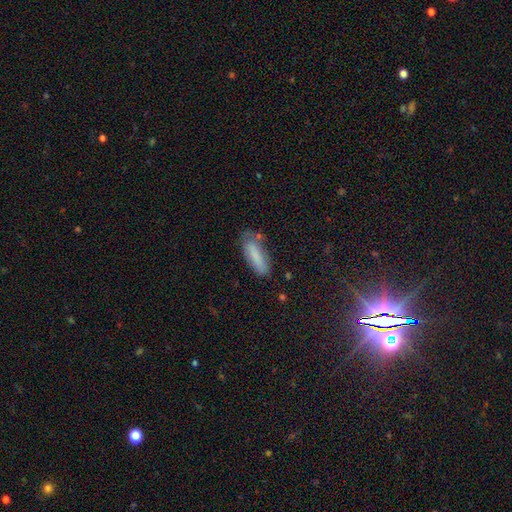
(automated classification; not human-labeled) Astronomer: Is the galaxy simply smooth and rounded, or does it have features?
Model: smooth — 79%.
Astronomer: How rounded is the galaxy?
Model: in between — 51% (runner-up: cigar-shaped, 47%).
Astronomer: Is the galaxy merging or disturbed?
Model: none — 64%.